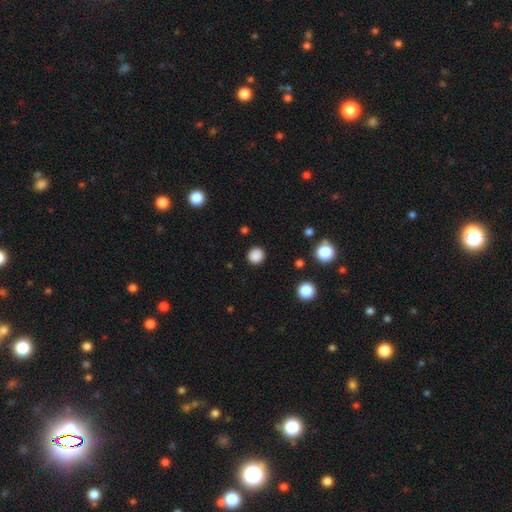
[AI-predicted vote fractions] Smooth or featured? smooth (86%)
How rounded? round (90%)
Merging? none (91%)